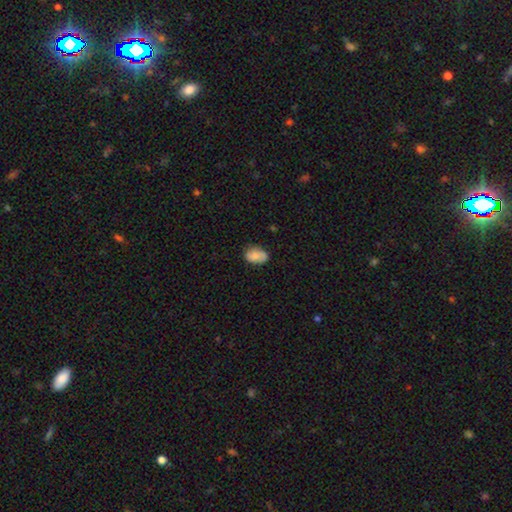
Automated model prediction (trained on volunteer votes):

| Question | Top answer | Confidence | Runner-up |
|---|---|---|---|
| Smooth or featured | smooth | 79% | featured or disk (13%) |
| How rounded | in between | 86% | round (13%) |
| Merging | none | 70% | minor disturbance (23%) |